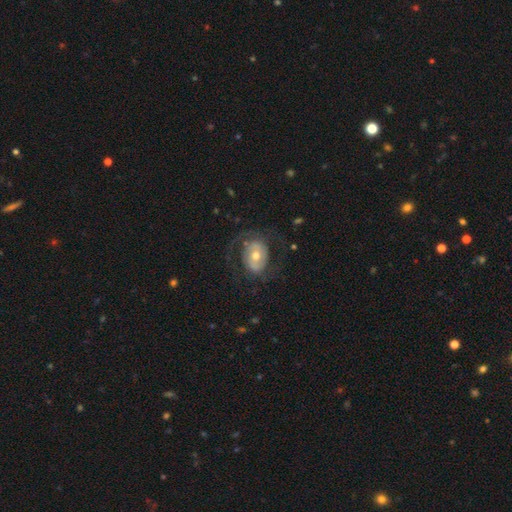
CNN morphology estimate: A featured or disk galaxy (68%) with no bar (51%), spiral arms (74%) and a moderate central bulge (68%).

Vote fractions:
- Smooth or featured? featured or disk: 68% / smooth: 26% / star or artifact: 6%
- Edge-on disk? no: 96% / yes: 4%
- Bar? no: 51% / weak: 35% / strong: 14%
- Spiral arms? yes: 74% / no: 26%
- Bulge size? moderate: 68% / small: 22% / large: 7% / dominant: 1% / none: 1%
- Merging? none: 62% / major disturbance: 20% / minor disturbance: 16% / merger: 1%